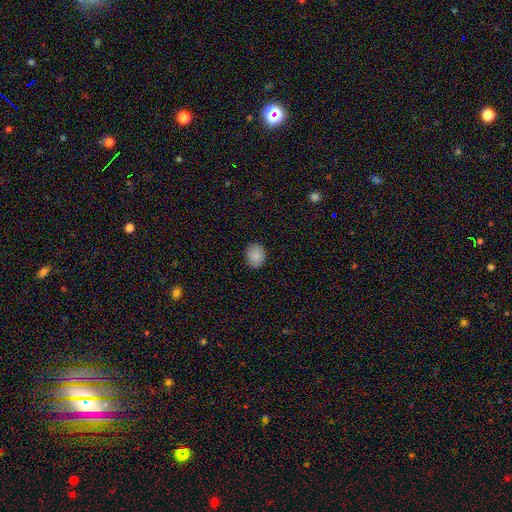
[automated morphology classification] smooth 87%, star or artifact 8%, featured or disk 5%. Down the decision tree: how rounded — round (56%); merging — none (88%).